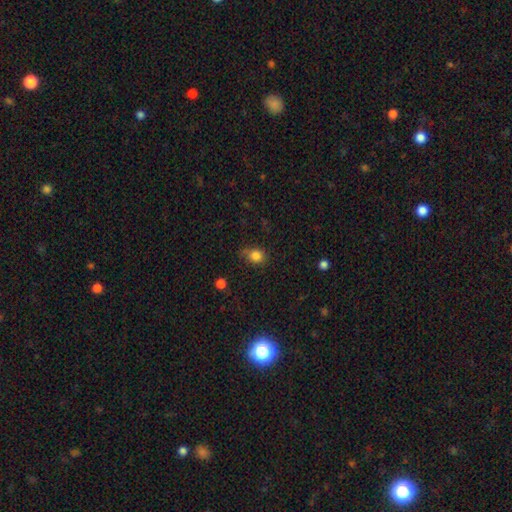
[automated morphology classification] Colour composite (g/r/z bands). It shows a smooth galaxy with no disk features (83%) that is round (67%). Merging: none (64%).